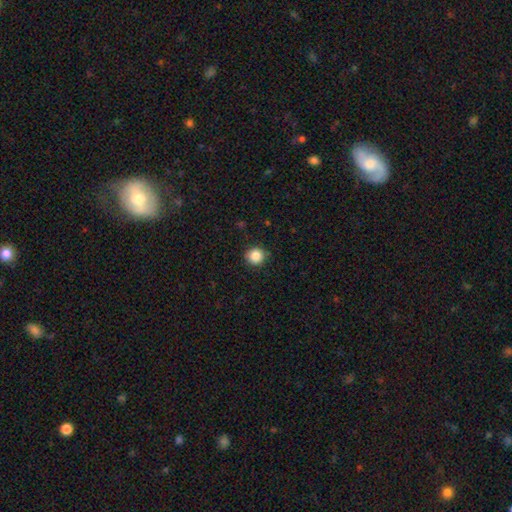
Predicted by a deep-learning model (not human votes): smooth-or-featured: smooth: 86% | star or artifact: 10% | featured or disk: 4%
  how-rounded: round: 92% | in between: 7% | cigar-shaped: 1%
  merging: none: 90% | minor disturbance: 7% | major disturbance: 2% | merger: 1%